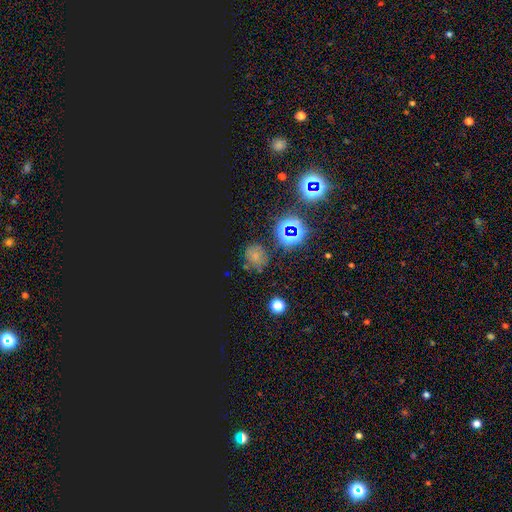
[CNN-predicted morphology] Overall: star or artifact (47%; smooth 41%).